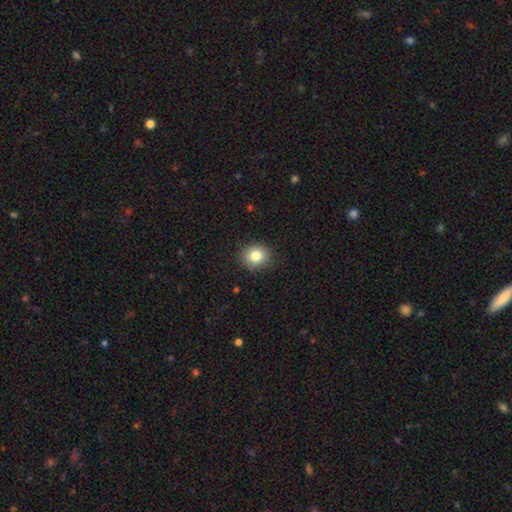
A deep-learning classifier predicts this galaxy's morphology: A smooth galaxy with no disk features (83%) that is round (82%). Merging: none (89%).